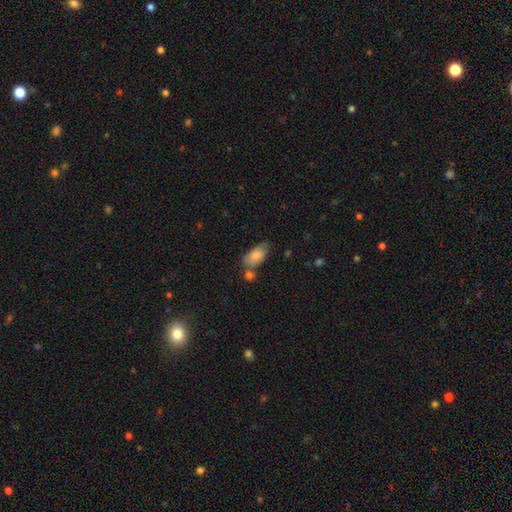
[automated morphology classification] Smooth or featured?
  - smooth: 80% *
  - featured or disk: 14%
  - star or artifact: 7%
How rounded?
  - in between: 92% *
  - cigar-shaped: 4%
  - round: 4%
Merging?
  - none: 56% *
  - minor disturbance: 21%
  - merger: 17%
  - major disturbance: 5%